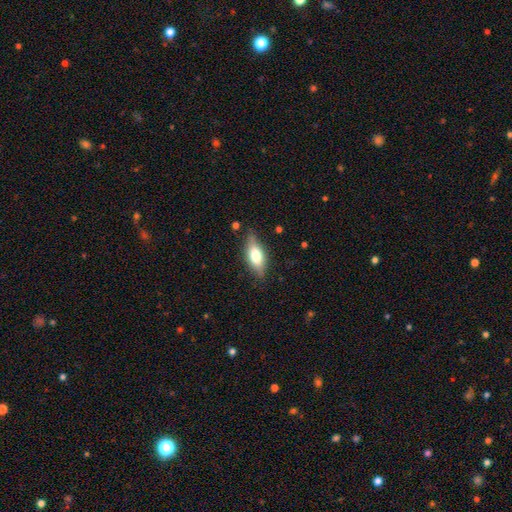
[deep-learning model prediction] A smooth galaxy with no disk features (61%) that is in between round and cigar-shaped (72%). Merging: none (78%).